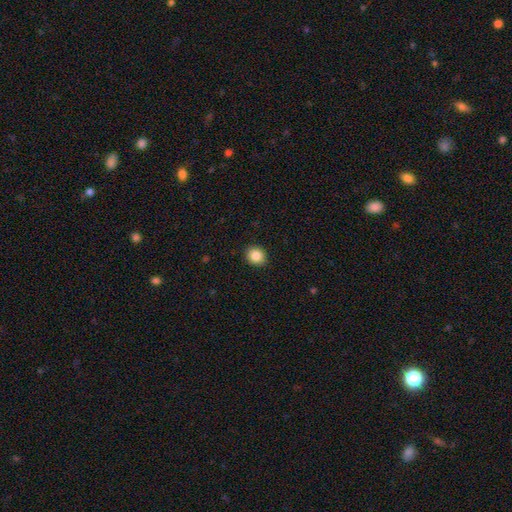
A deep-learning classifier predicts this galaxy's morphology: smooth_or_featured: smooth (p=0.86) [alt: star or artifact p=0.09]
how_rounded: round (p=0.76) [alt: in between p=0.24]
merging: none (p=0.91) [alt: minor disturbance p=0.06]